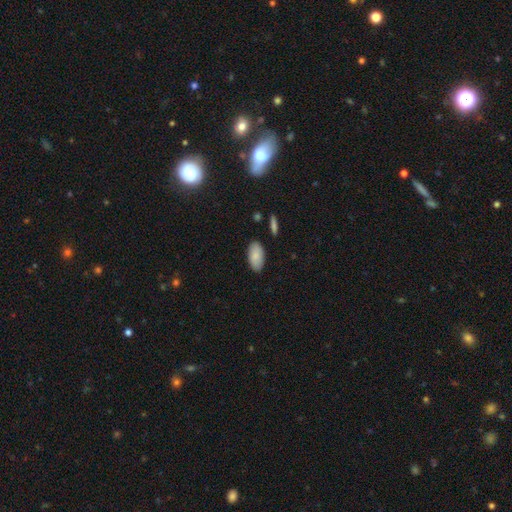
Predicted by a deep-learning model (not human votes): A smooth galaxy with no disk features (86%) that is in between round and cigar-shaped (95%). Merging: none (86%).